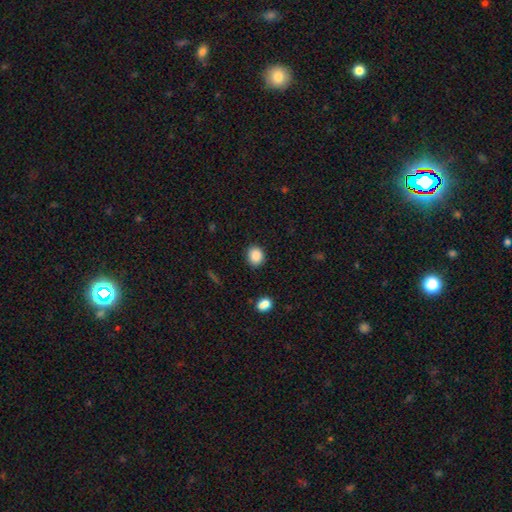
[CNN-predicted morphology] Smooth or featured? smooth (87%)
How rounded? round (69%)
Merging? none (88%)